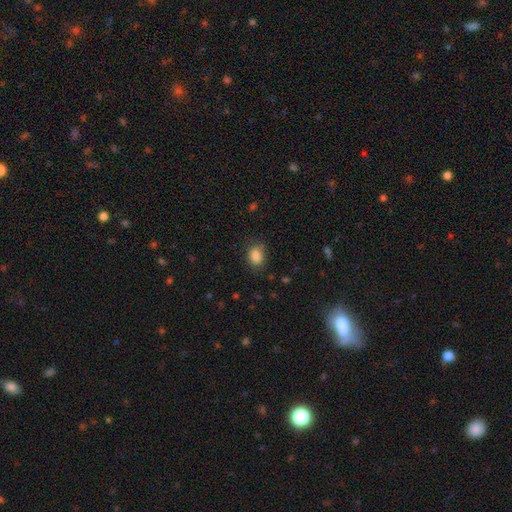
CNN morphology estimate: smooth_or_featured: smooth (p=0.86) [alt: star or artifact p=0.09]
how_rounded: in between (p=0.73) [alt: round p=0.26]
merging: none (p=0.73) [alt: minor disturbance p=0.19]